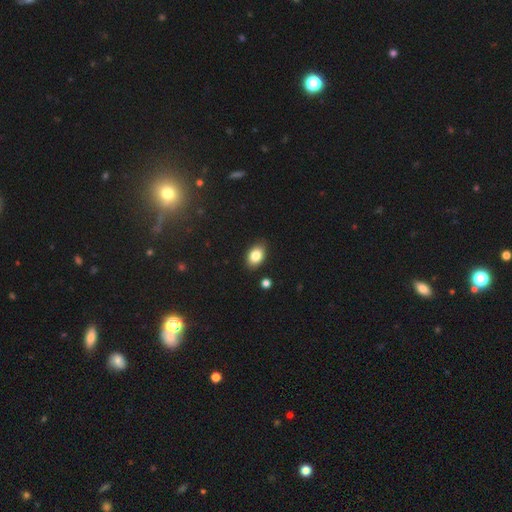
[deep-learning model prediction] Smooth or featured?
  - smooth: 83% *
  - star or artifact: 8%
  - featured or disk: 8%
How rounded?
  - in between: 86% *
  - round: 13%
  - cigar-shaped: 1%
Merging?
  - none: 85% *
  - minor disturbance: 11%
  - major disturbance: 2%
  - merger: 2%